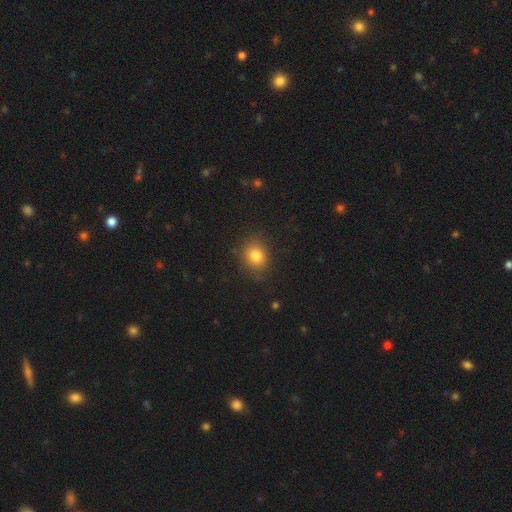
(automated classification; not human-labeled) This is likely a smooth galaxy (79%). How rounded: likely round (70%). Merging: clearly none (83%).